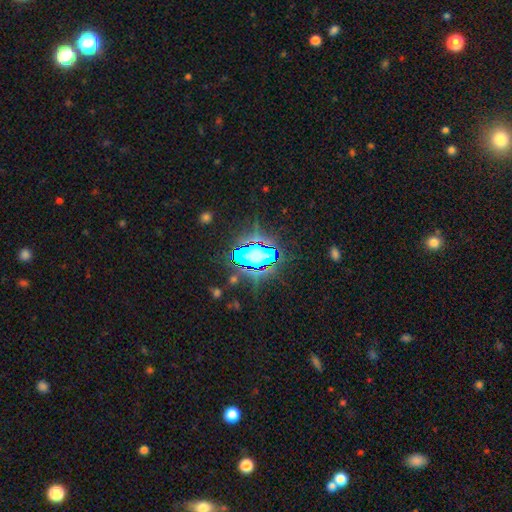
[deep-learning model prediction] Smooth or featured? Predicted: star or artifact (p=0.64).